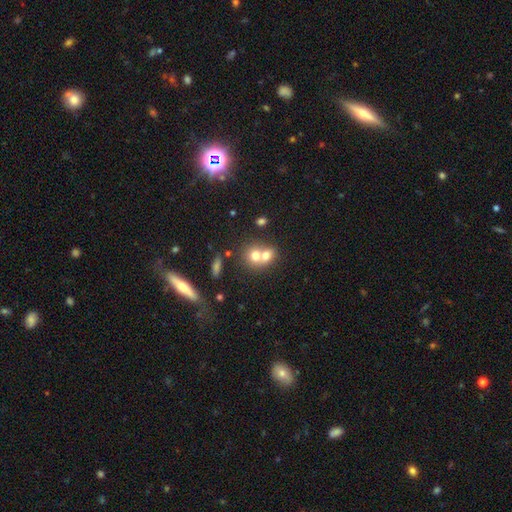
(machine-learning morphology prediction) Smooth or featured? smooth (68%)
How rounded? round (67%)
Merging? merger (66%)